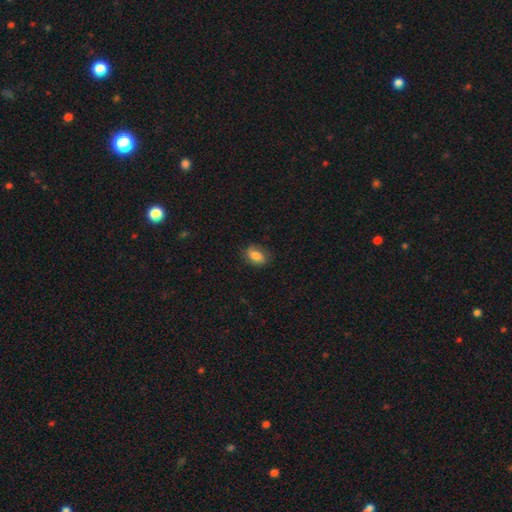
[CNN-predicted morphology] Overall: smooth (79%). How rounded: in between (85%). Merging: none (77%).